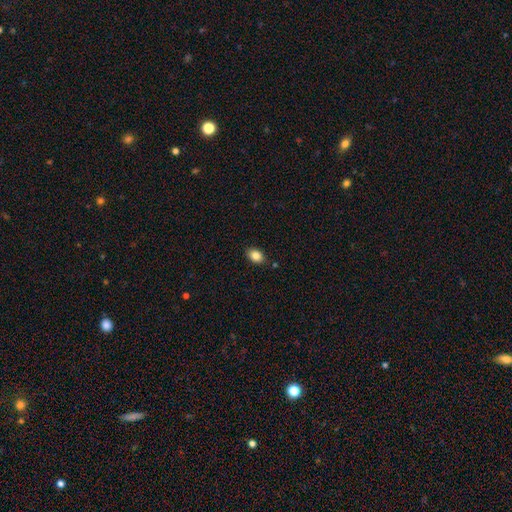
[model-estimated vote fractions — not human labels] smooth-or-featured: smooth: 85% | star or artifact: 9% | featured or disk: 7%
  how-rounded: in between: 81% | round: 18% | cigar-shaped: 1%
  merging: none: 86% | minor disturbance: 10% | merger: 2% | major disturbance: 2%